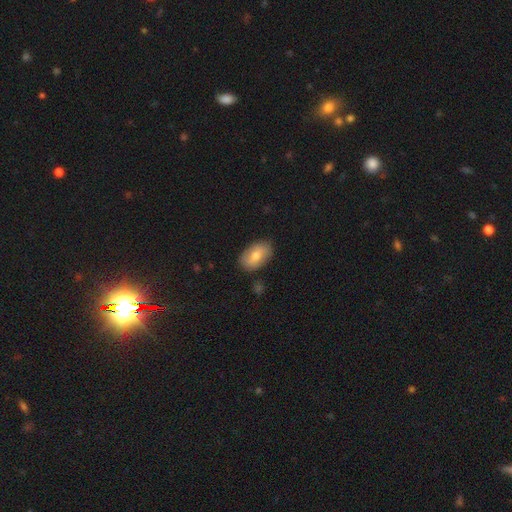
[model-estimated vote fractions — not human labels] smooth-or-featured: smooth: 69% | featured or disk: 23% | star or artifact: 7%
  how-rounded: in between: 91% | round: 7% | cigar-shaped: 2%
  merging: none: 85% | minor disturbance: 11% | major disturbance: 2% | merger: 2%